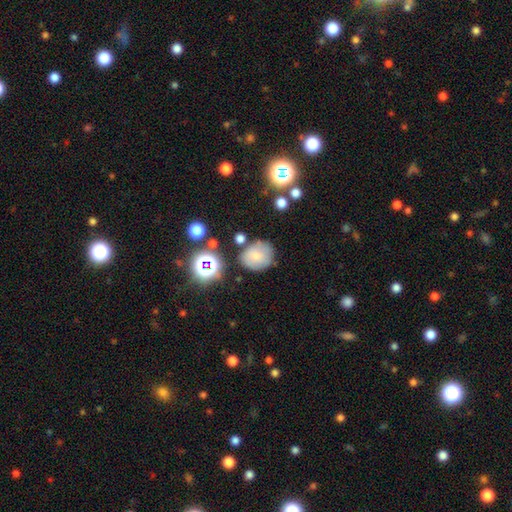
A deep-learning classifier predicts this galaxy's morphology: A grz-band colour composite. It shows a smooth galaxy with no disk features (70%) that is round (70%). Merging: none (70%).